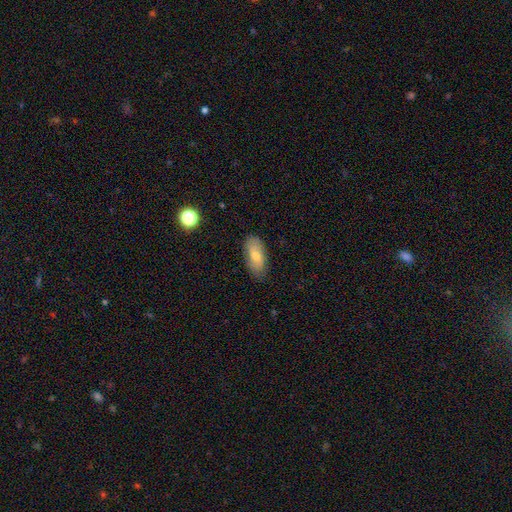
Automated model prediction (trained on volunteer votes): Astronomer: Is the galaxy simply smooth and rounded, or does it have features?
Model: smooth — 63%.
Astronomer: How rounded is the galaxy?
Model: in between — 88%.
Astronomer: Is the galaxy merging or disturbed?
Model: none — 83%.